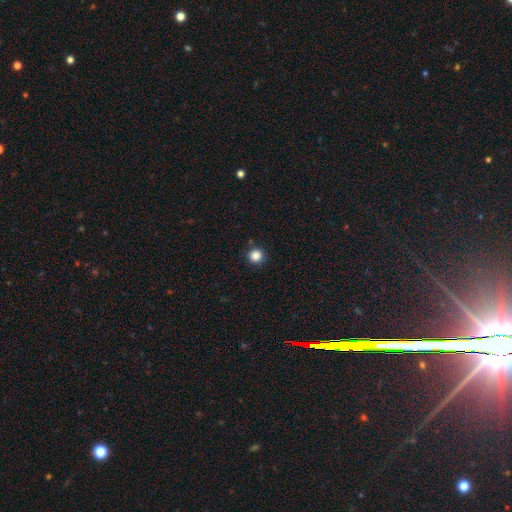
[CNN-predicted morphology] Smooth or featured? smooth (85%)
How rounded? round (95%)
Merging? none (91%)